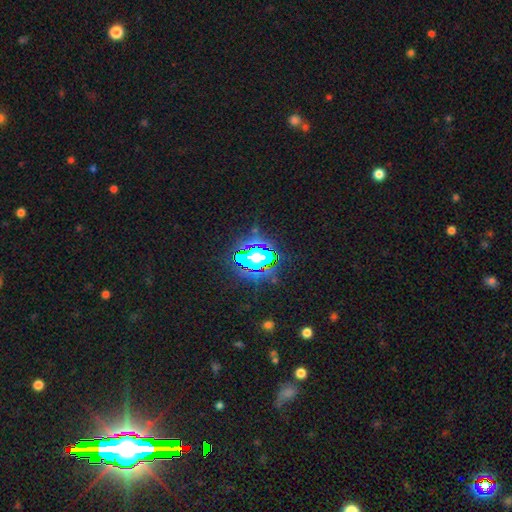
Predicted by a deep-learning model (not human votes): Smooth or featured: star or artifact — 60% (smooth — 25%)